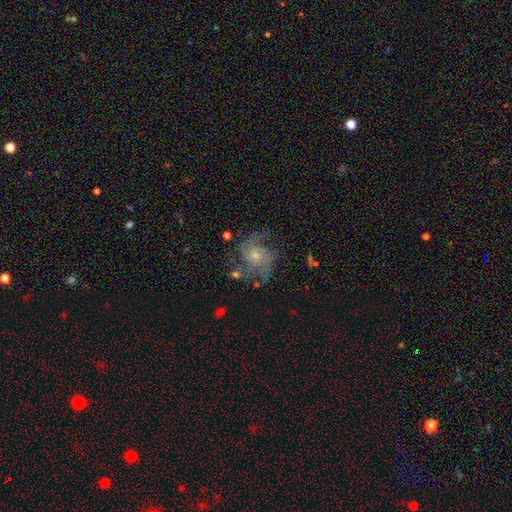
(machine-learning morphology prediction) Smooth or featured: featured or disk — 83% (smooth — 9%)
Edge-on disk: no — 98% (yes — 2%)
Bar: no — 74% (weak — 22%)
Spiral arms: yes — 95% (no — 5%)
Spiral winding: medium — 47% (tight — 36%)
Spiral arm count: 3 — 31% (can't tell — 21%)
Bulge size: small — 56% (moderate — 37%)
Merging: none — 64% (minor disturbance — 19%)